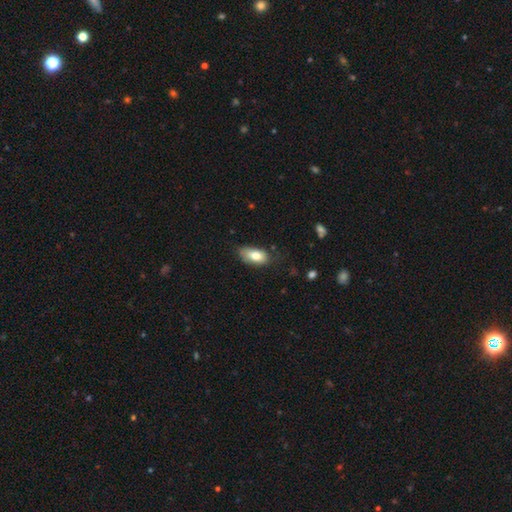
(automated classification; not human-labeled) smooth-or-featured: smooth: 79% | featured or disk: 14% | star or artifact: 7%
  how-rounded: in between: 90% | cigar-shaped: 6% | round: 4%
  merging: none: 65% | minor disturbance: 27% | major disturbance: 6% | merger: 2%